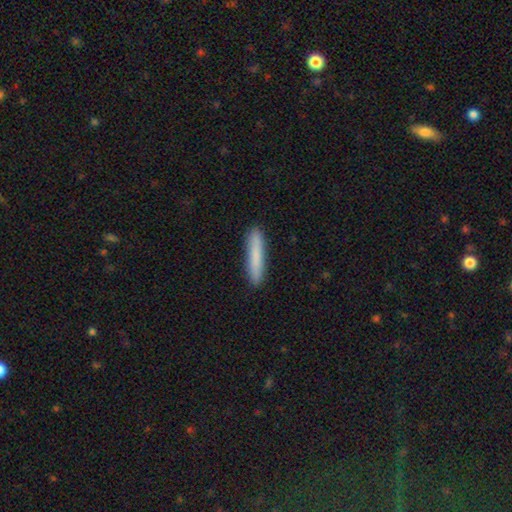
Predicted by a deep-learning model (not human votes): smooth 83%, featured or disk 12%, star or artifact 6%. Down the decision tree: how rounded — cigar-shaped (93%); merging — none (91%).